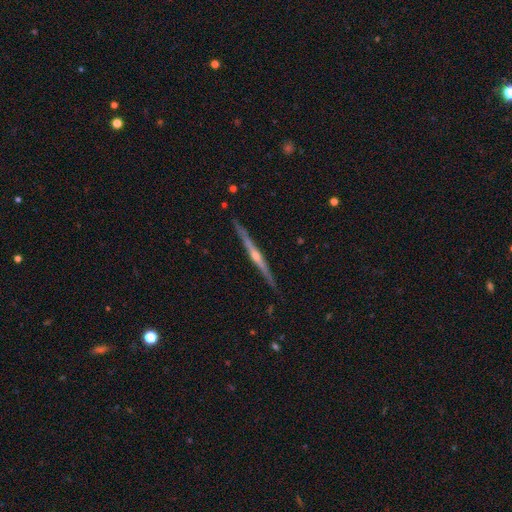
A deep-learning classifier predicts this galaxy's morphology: smooth_or_featured: featured or disk (p=0.84) [alt: smooth p=0.11]
disk_edge_on: yes (p=0.98) [alt: no p=0.02]
edge_on_bulge: rounded (p=0.84) [alt: none p=0.12]
merging: none (p=0.90) [alt: minor disturbance p=0.07]